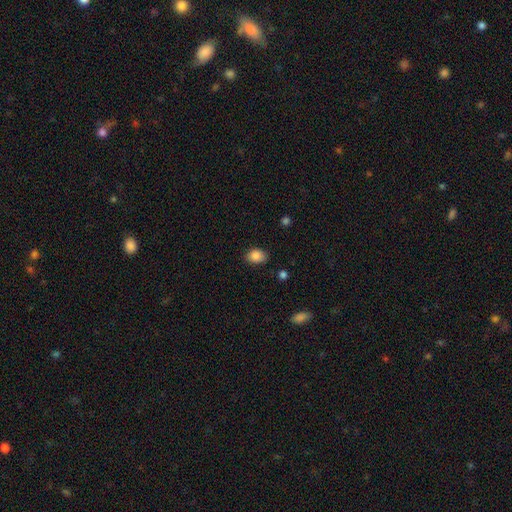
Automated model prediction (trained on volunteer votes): Q: Smooth or featured?
A: smooth (87%); runner-up: star or artifact (9%)
Q: How rounded?
A: in between (74%); runner-up: round (25%)
Q: Merging?
A: none (82%); runner-up: minor disturbance (13%)